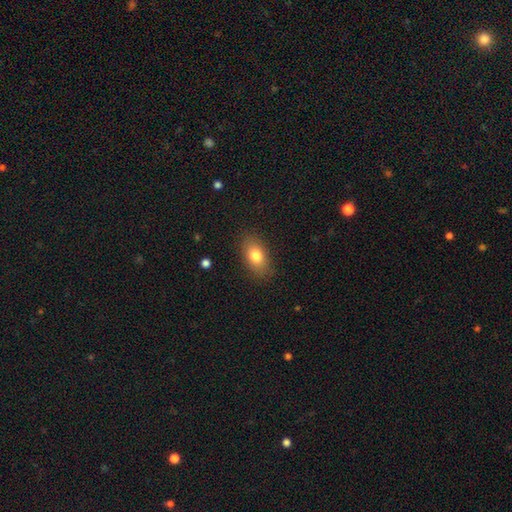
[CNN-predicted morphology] smooth_or_featured: smooth (p=0.79) [alt: featured or disk p=0.13]
how_rounded: in between (p=0.86) [alt: round p=0.10]
merging: none (p=0.85) [alt: minor disturbance p=0.11]